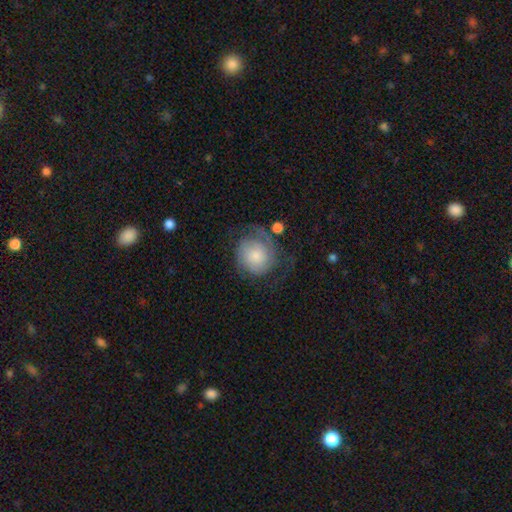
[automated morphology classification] Overall: featured or disk (51%; smooth 41%). Edge-on disk: no (97%). Merging: none (49%; major disturbance 26%).